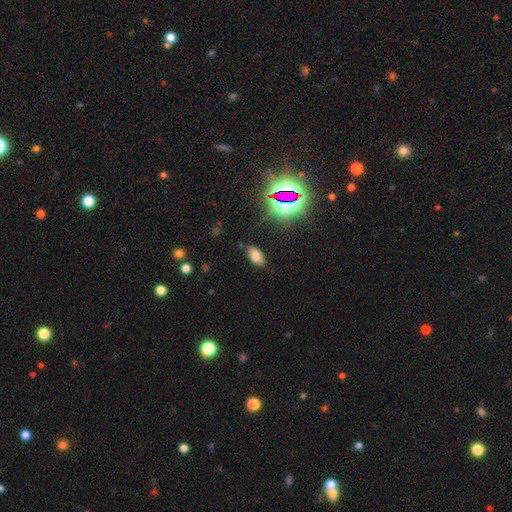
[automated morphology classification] smooth 72%, star or artifact 19%, featured or disk 9%. Down the decision tree: how rounded — in between (93%); merging — none (82%).